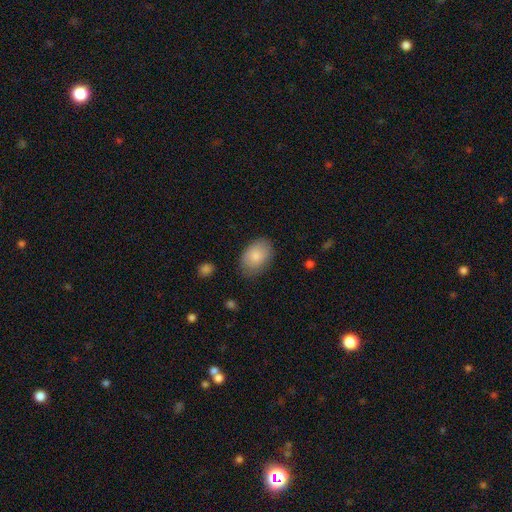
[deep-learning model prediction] This appears to be a smooth galaxy with no disk features (84%) that is in between round and cigar-shaped (87%). Merging: none (79%).